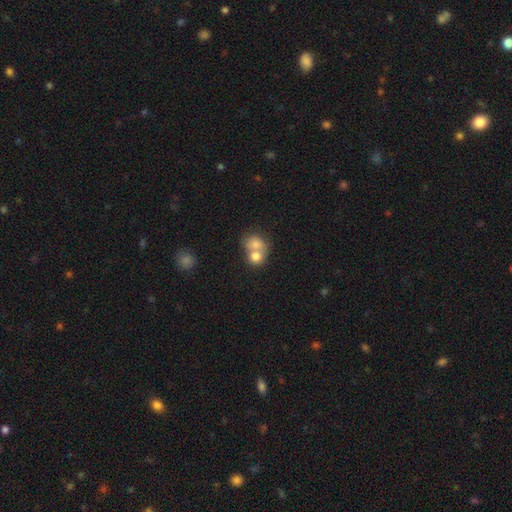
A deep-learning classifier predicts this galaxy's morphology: Smooth or featured? Predicted: smooth (p=0.76). How rounded? Predicted: round (p=0.64). Merging? Predicted: merger (p=0.67).